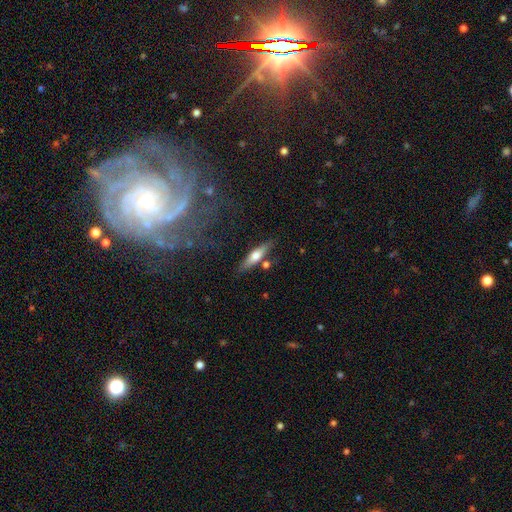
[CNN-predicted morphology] smooth_or_featured: smooth (p=0.53) [alt: featured or disk p=0.41]
how_rounded: cigar-shaped (p=0.70) [alt: in between p=0.28]
merging: none (p=0.75) [alt: minor disturbance p=0.12]